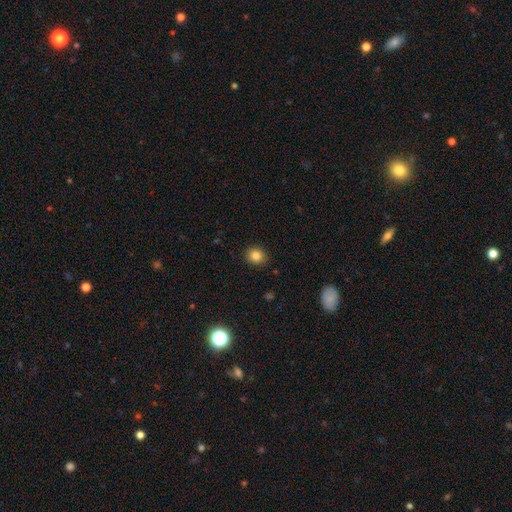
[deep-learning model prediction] This appears to be a smooth galaxy with no disk features (84%) that is round (75%). Merging: none (89%).